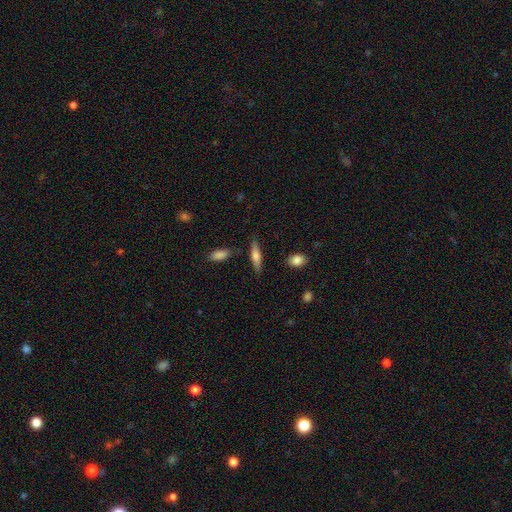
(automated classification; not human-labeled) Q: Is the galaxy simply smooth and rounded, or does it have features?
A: smooth — 61%.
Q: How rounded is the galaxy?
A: cigar-shaped — 67%.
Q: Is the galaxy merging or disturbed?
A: none — 83%.